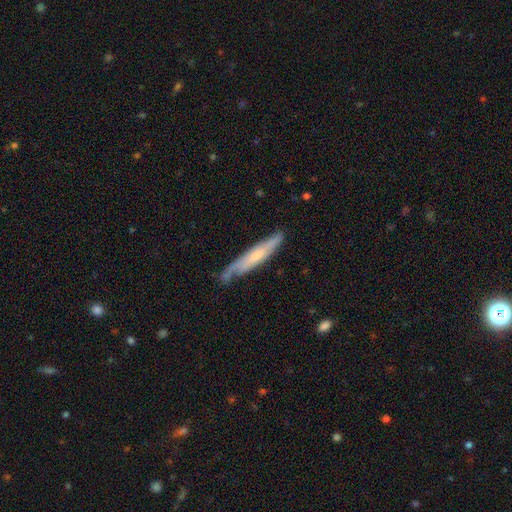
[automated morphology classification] Overall: featured or disk (55%; smooth 40%). Edge-on disk: yes (67%; no 33%). Merging: none (64%; minor disturbance 26%).